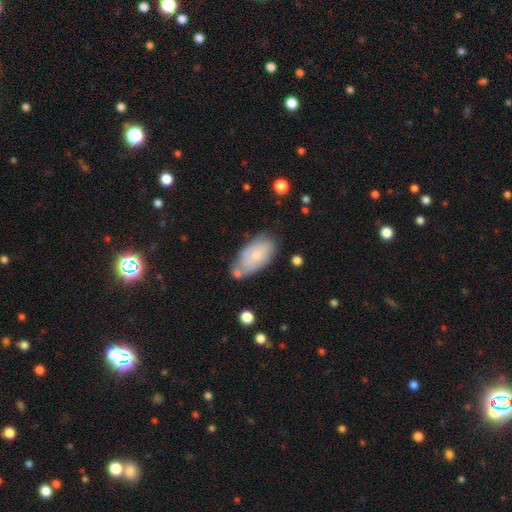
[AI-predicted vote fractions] The model was most divided on "merging": none: 56%, minor disturbance: 25%, merger: 12%, major disturbance: 7%. More confident: how rounded — in between (92%); smooth or featured — smooth (62%).